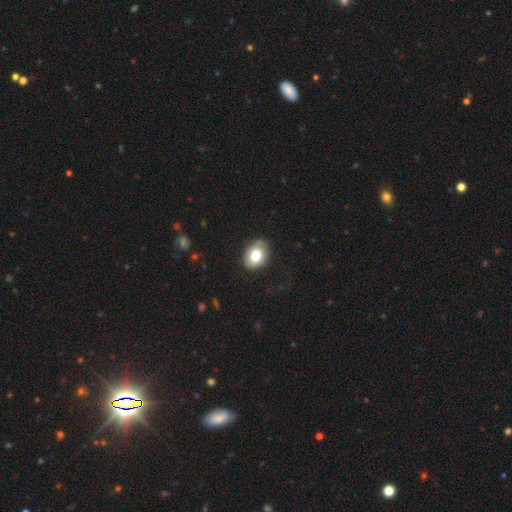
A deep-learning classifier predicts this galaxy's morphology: A smooth galaxy with no disk features (75%) that is in between round and cigar-shaped (72%). Merging: none (76%).